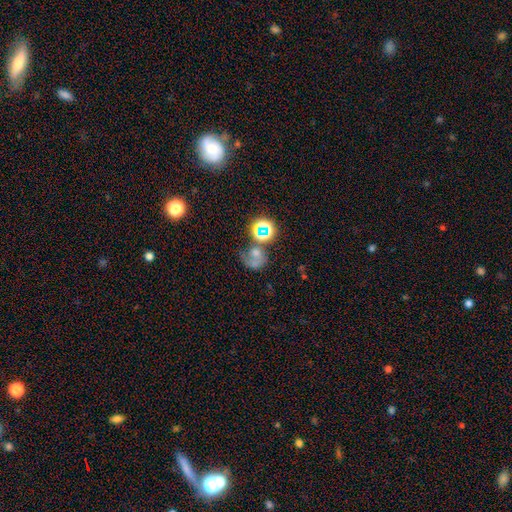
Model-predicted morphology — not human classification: Overall: smooth (48%; star or artifact 28%). Merging: merger (36%; none 28%).